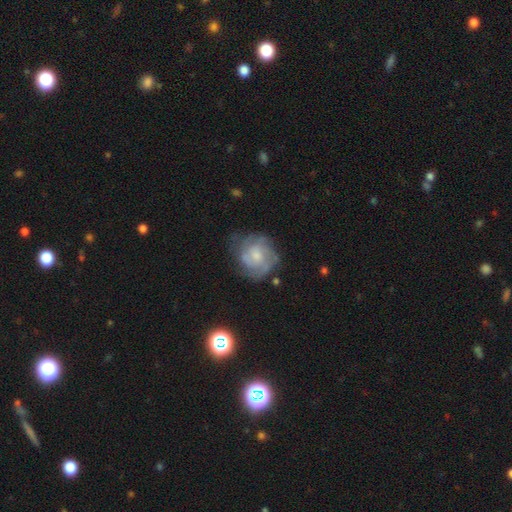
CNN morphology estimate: Smooth or featured? featured or disk (67%)
Edge-on disk? no (98%)
Bar? no (67%)
Spiral arms? yes (84%)
Spiral winding? tight (51%)
Spiral arm count? can't tell (40%)
Bulge size? moderate (43%)
Merging? none (64%)